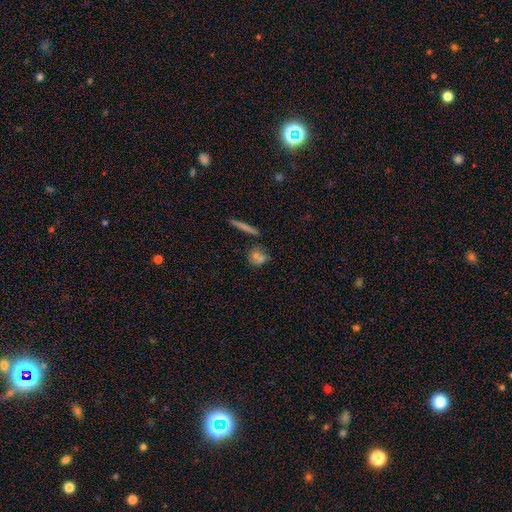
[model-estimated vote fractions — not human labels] Smooth or featured: smooth — 57% (featured or disk — 26%)
How rounded: round — 66% (in between — 19%)
Merging: none — 70% (merger — 14%)